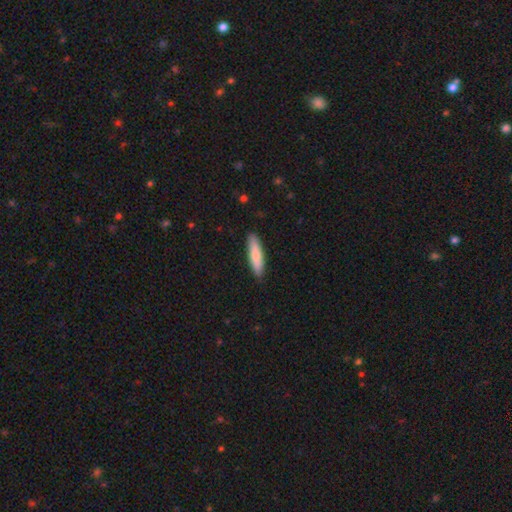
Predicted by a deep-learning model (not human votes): smooth-or-featured: smooth: 78% | featured or disk: 17% | star or artifact: 5%
  how-rounded: cigar-shaped: 75% | in between: 23% | round: 1%
  merging: none: 88% | minor disturbance: 9% | major disturbance: 2% | merger: 1%